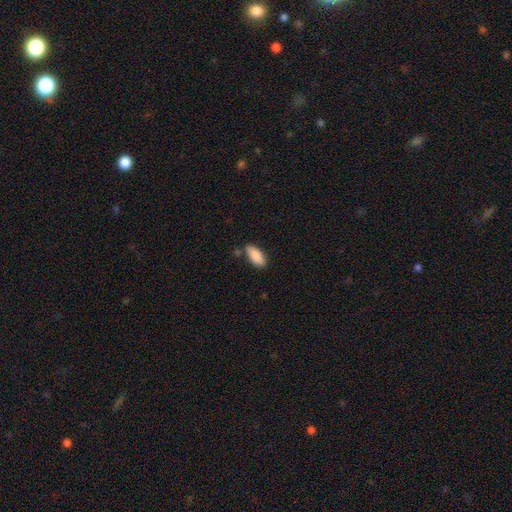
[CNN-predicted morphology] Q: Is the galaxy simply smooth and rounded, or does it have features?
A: smooth — 88%.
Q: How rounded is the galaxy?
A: in between — 87%.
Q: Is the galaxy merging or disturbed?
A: none — 73%.